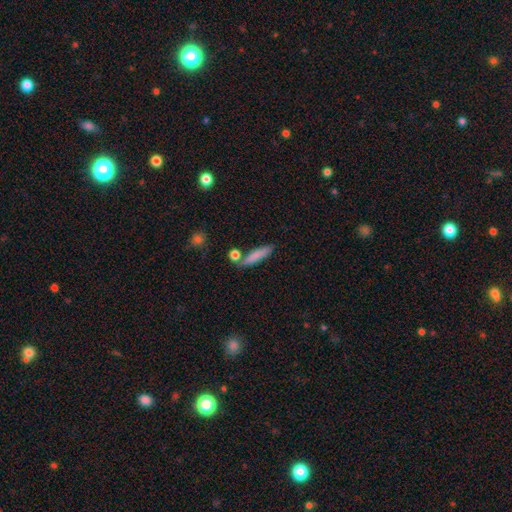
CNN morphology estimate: smooth_or_featured: smooth (p=0.79) [alt: featured or disk p=0.14]
how_rounded: cigar-shaped (p=0.80) [alt: in between p=0.17]
merging: none (p=0.74) [alt: minor disturbance p=0.12]